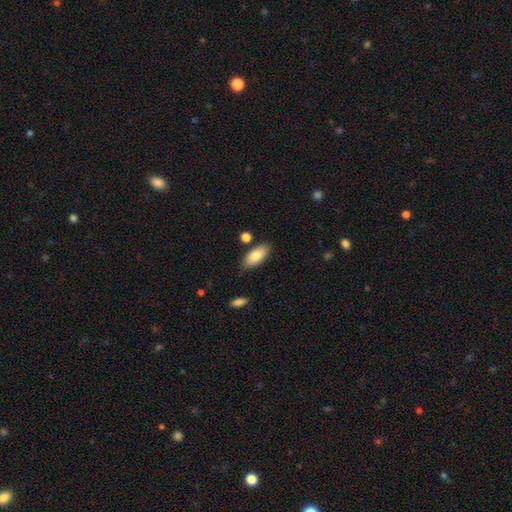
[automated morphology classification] smooth-or-featured: smooth: 83% | featured or disk: 10% | star or artifact: 6%
  how-rounded: in between: 89% | cigar-shaped: 9% | round: 2%
  merging: none: 83% | minor disturbance: 11% | merger: 4% | major disturbance: 2%